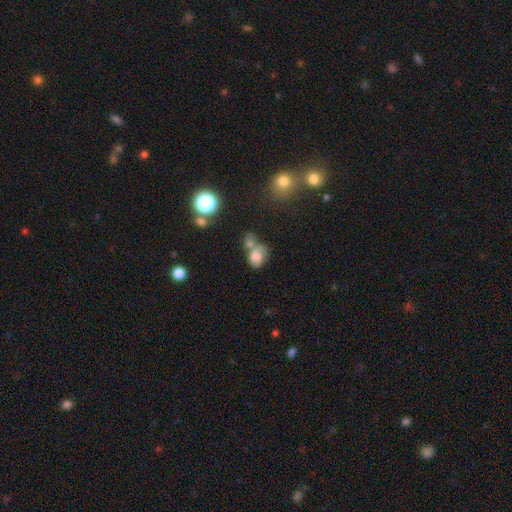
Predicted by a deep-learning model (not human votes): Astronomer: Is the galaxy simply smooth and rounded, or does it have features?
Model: smooth — 72%.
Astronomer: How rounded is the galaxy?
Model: in between — 71%.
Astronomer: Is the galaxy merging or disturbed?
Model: merger — 44% (runner-up: none, 31%).